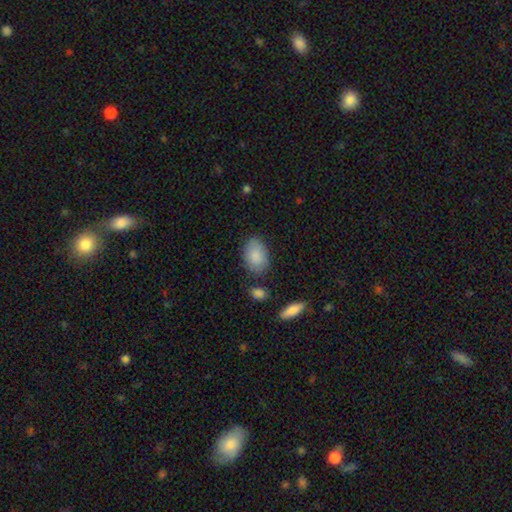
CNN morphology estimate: Smooth or featured? Predicted: smooth (p=0.86). How rounded? Predicted: in between (p=0.88). Merging? Predicted: none (p=0.75).